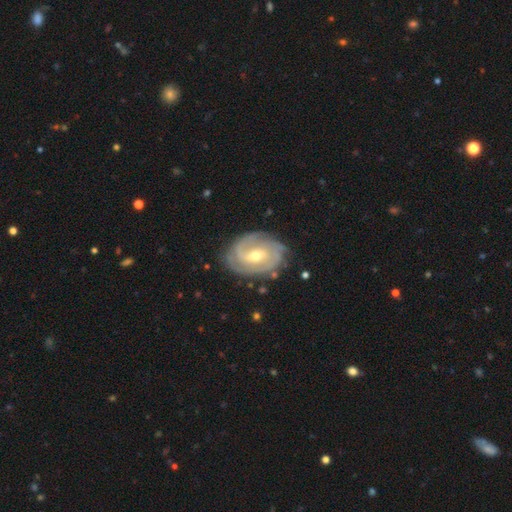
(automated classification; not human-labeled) smooth-or-featured: featured or disk: 87% | smooth: 8% | star or artifact: 5%
  disk-edge-on: no: 97% | yes: 3%
    bar: weak: 51% | no: 30% | strong: 20%
    has-spiral-arms: yes: 96% | no: 4%
      spiral-winding: tight: 66% | medium: 28% | loose: 6%
      spiral-arm-count: 2: 41% | 3: 25% | can't tell: 19% | 4: 6% | 1: 4% | more than 4: 4%
    bulge-size: moderate: 54% | small: 43% | large: 2% | none: 1% | dominant: 1%
  merging: none: 78% | minor disturbance: 16% | major disturbance: 4% | merger: 1%